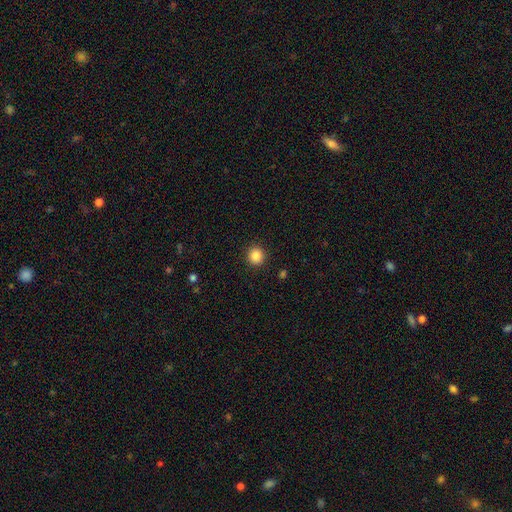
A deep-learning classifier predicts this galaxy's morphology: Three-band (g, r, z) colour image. It shows a smooth galaxy with no disk features (85%) that is round (93%). Merging: none (92%).